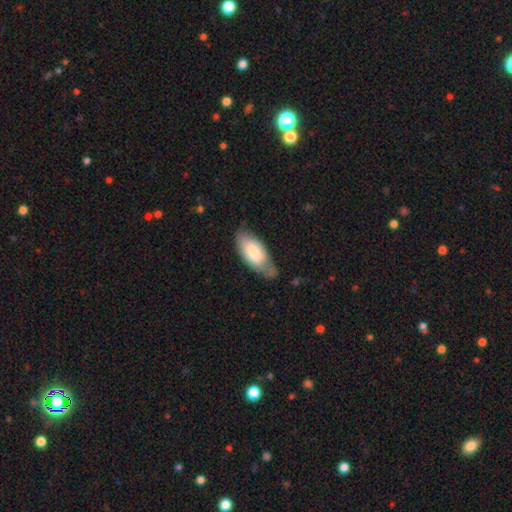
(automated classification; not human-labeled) Overall: smooth (73%). How rounded: in between (89%). Merging: none (56%; minor disturbance 33%).